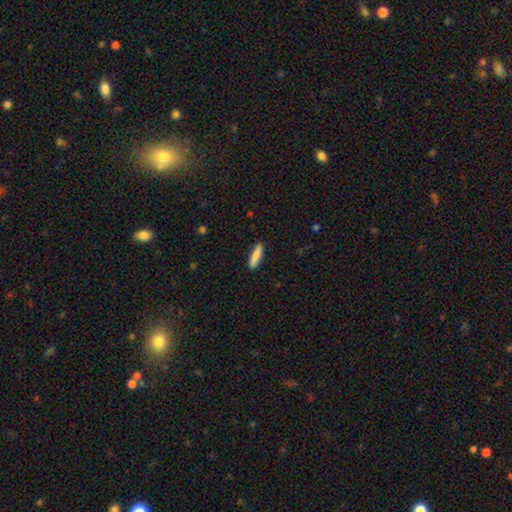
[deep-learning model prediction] Smooth or featured?
  - smooth: 86% *
  - featured or disk: 8%
  - star or artifact: 6%
How rounded?
  - cigar-shaped: 74% *
  - in between: 25%
  - round: 2%
Merging?
  - none: 89% *
  - minor disturbance: 8%
  - major disturbance: 2%
  - merger: 1%